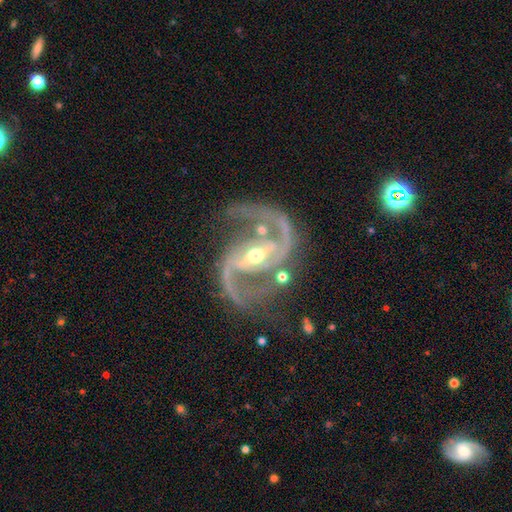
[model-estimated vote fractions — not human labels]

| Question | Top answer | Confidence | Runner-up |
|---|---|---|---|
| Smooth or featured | featured or disk | 93% | star or artifact (5%) |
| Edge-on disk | no | 98% | yes (2%) |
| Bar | strong | 58% | weak (28%) |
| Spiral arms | yes | 99% | no (1%) |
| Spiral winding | medium | 64% | loose (21%) |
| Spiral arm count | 2 | 94% | 3 (2%) |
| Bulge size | moderate | 55% | small (40%) |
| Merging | none | 72% | minor disturbance (16%) |